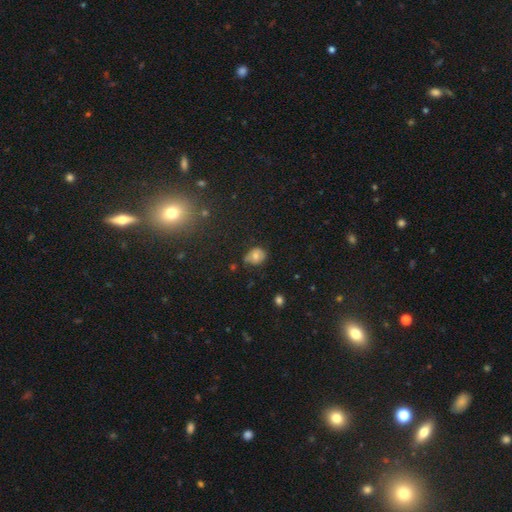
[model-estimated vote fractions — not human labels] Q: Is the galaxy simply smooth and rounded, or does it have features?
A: smooth — 67%.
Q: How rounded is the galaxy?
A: in between — 51%.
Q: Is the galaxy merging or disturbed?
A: none — 56%.